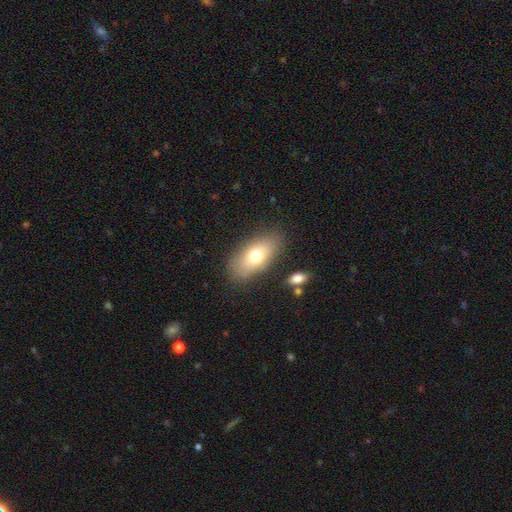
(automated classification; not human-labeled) Morphology: type=smooth (72%); roundness=in between (88%); merging=none (80%).